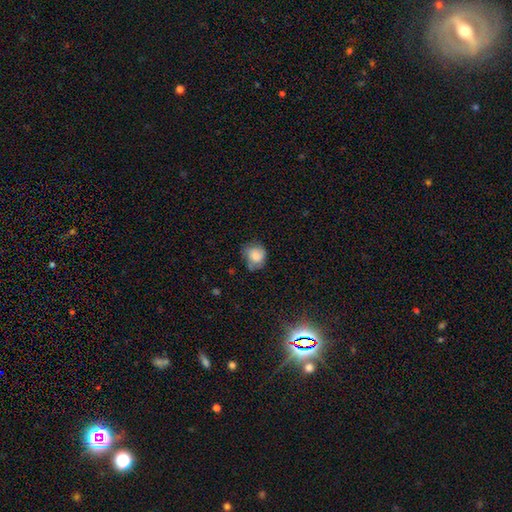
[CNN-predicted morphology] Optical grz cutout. It shows a smooth galaxy with no disk features (77%) that is round (70%). Merging: none (53%).